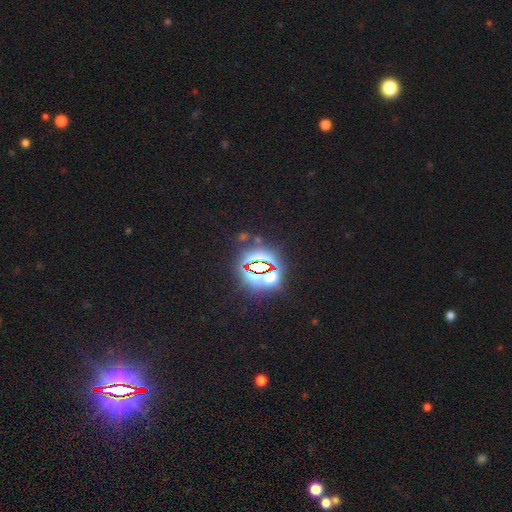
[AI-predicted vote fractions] The model was most divided on "smooth or featured": star or artifact: 86%, smooth: 8%, featured or disk: 6%.